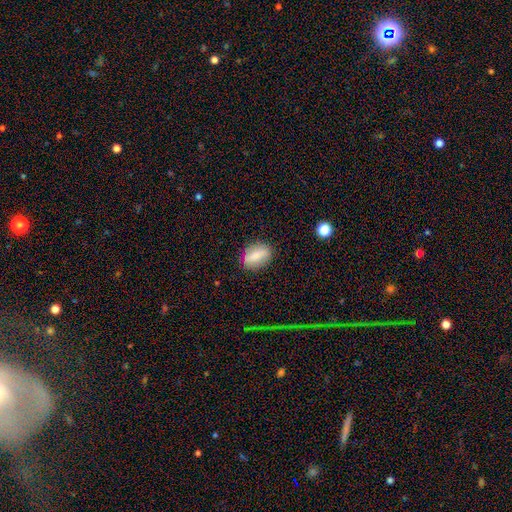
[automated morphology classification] smooth-or-featured: smooth: 70% | featured or disk: 22% | star or artifact: 8%
  how-rounded: in between: 79% | round: 14% | cigar-shaped: 7%
  merging: none: 83% | minor disturbance: 12% | major disturbance: 3% | merger: 1%